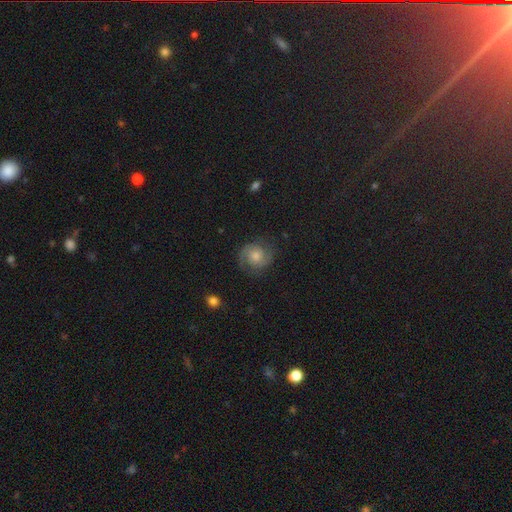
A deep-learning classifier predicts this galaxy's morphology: A featured or disk galaxy (72%) with no bar (72%), 2 (83%) tight (47%) spiral arms (95%) and a moderate central bulge (55%).

Vote fractions:
- Smooth or featured? featured or disk: 72% / smooth: 17% / star or artifact: 11%
- Edge-on disk? no: 98% / yes: 2%
- Bar? no: 72% / weak: 24% / strong: 4%
- Spiral arms? yes: 95% / no: 5%
- Spiral winding? tight: 47% / medium: 42% / loose: 11%
- Spiral arm count? 2: 83% / can't tell: 8% / 3: 4% / 1: 2% / 4: 2% / more than 4: 2%
- Bulge size? moderate: 55% / small: 31% / large: 9% / none: 4% / dominant: 2%
- Merging? none: 81% / minor disturbance: 13% / major disturbance: 6% / merger: 1%